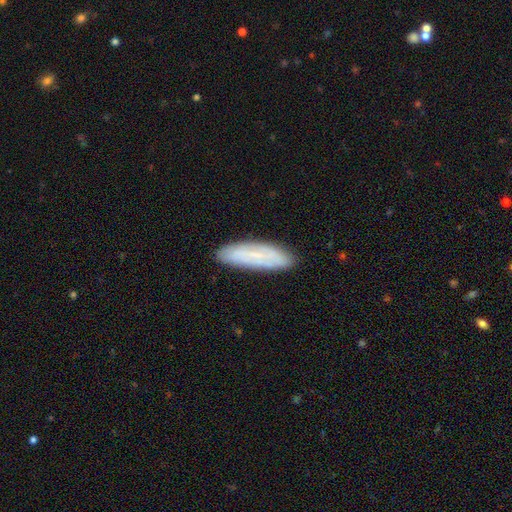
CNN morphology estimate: smooth_or_featured: smooth (p=0.57) [alt: featured or disk p=0.35]
how_rounded: cigar-shaped (p=0.55) [alt: in between p=0.43]
merging: none (p=0.84) [alt: minor disturbance p=0.12]